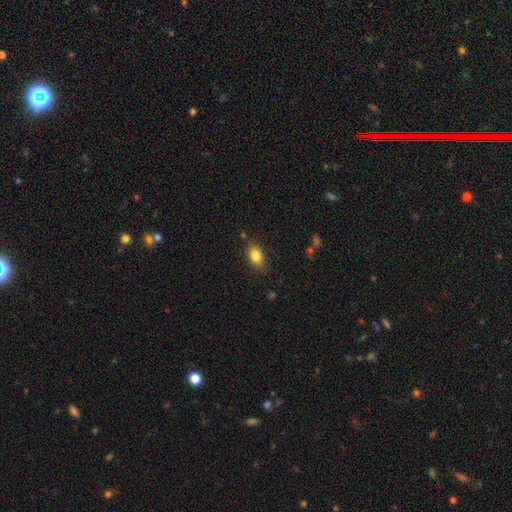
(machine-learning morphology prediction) A smooth galaxy with no disk features (84%) that is in between round and cigar-shaped (87%). Merging: none (83%).